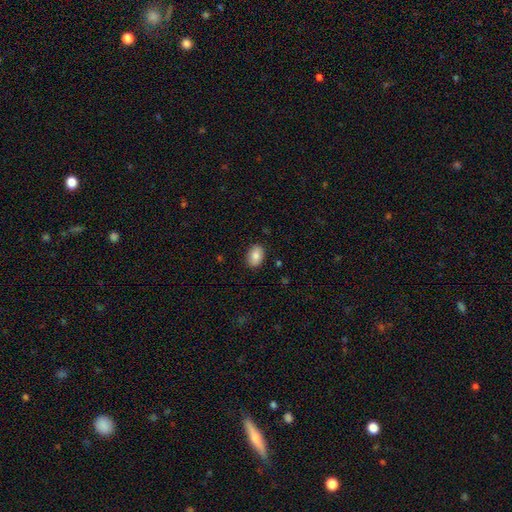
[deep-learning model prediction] Smooth or featured?
  - smooth: 83% *
  - featured or disk: 10%
  - star or artifact: 7%
How rounded?
  - in between: 82% *
  - round: 17%
  - cigar-shaped: 1%
Merging?
  - none: 88% *
  - minor disturbance: 9%
  - major disturbance: 2%
  - merger: 1%